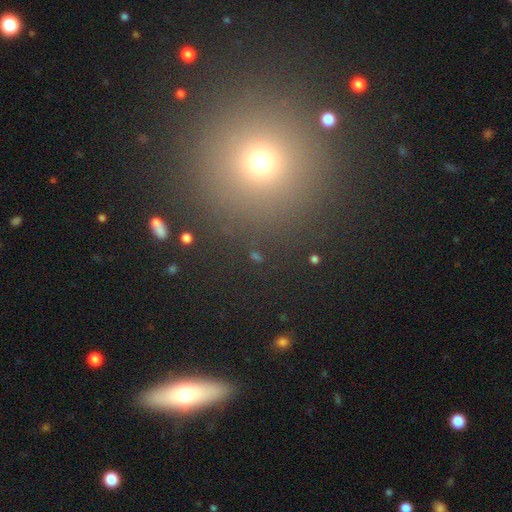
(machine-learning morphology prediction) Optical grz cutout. It shows a smooth galaxy with no disk features (48%). Merging: none (84%).